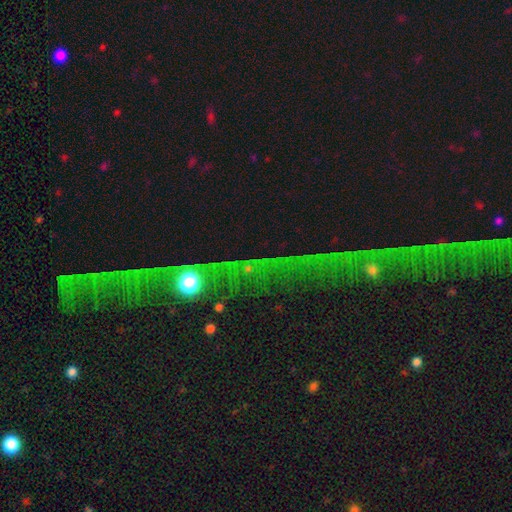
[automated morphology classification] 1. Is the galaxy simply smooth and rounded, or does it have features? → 82% star or artifact, 10% featured or disk, 8% smooth.